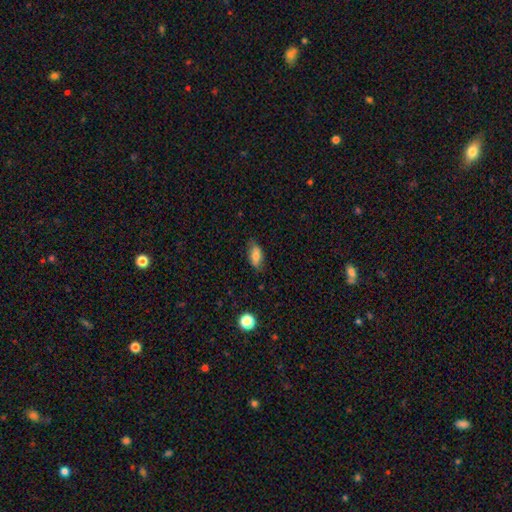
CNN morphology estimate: This is likely a smooth galaxy (73%). How rounded: clearly in between (85%). Merging: likely none (74%).